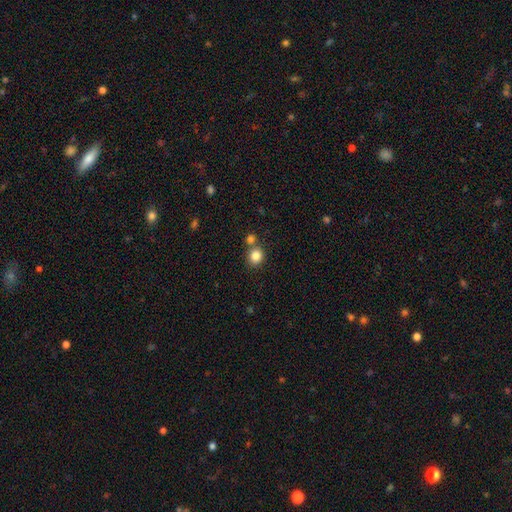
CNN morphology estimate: The model was most divided on "merging": none: 67%, merger: 22%, minor disturbance: 9%, major disturbance: 3%. More confident: smooth or featured — smooth (84%); how rounded — round (79%).